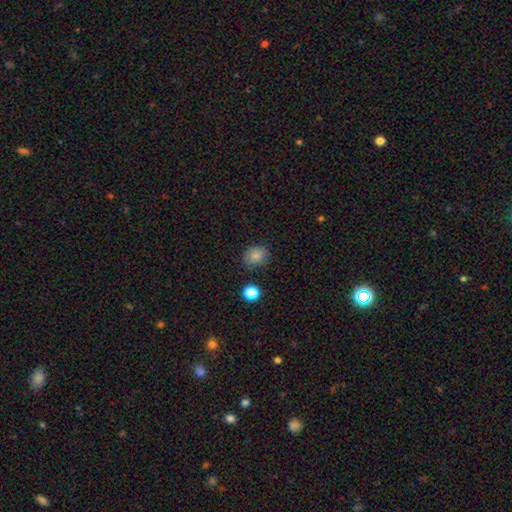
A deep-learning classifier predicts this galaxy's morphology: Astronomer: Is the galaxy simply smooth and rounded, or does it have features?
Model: smooth — 83%.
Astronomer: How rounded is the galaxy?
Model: round — 59% (runner-up: in between, 41%).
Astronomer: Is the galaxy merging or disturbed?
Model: none — 82%.